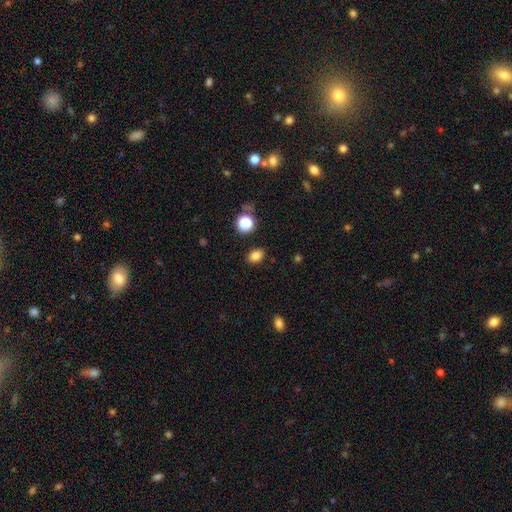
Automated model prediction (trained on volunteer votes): This is clearly a smooth galaxy (82%). How rounded: likely in between (71%). Merging: clearly none (86%).